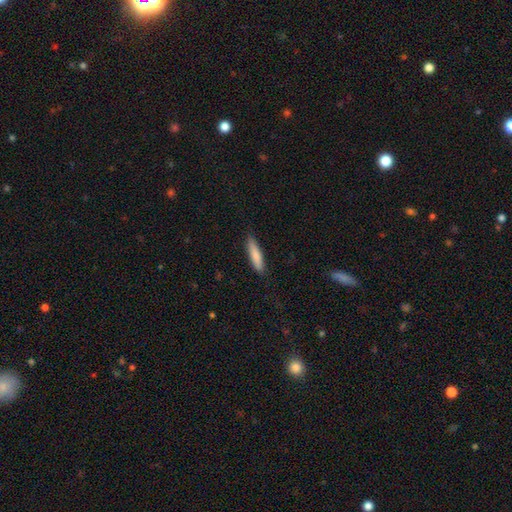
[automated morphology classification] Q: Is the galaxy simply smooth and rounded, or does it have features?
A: smooth — 81%.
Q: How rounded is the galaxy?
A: cigar-shaped — 79%.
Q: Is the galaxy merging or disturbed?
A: none — 86%.